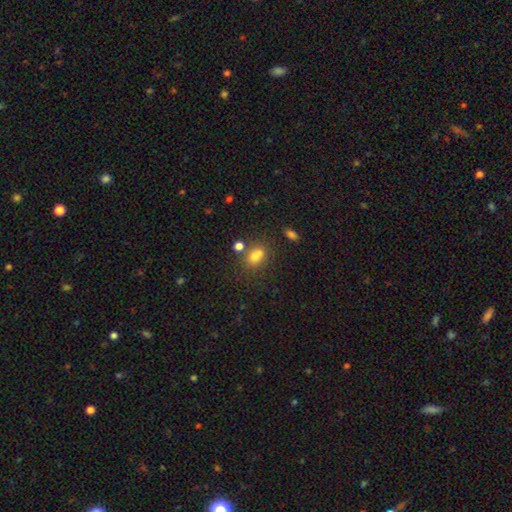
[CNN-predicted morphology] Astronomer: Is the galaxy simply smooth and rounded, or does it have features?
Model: smooth — 71%.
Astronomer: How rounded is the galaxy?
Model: in between — 62%.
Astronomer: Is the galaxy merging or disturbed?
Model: none — 55%.